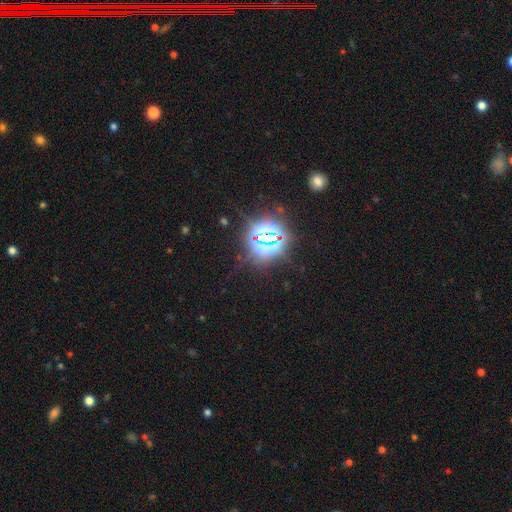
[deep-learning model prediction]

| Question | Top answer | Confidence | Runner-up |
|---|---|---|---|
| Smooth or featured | star or artifact | 79% | smooth (15%) |